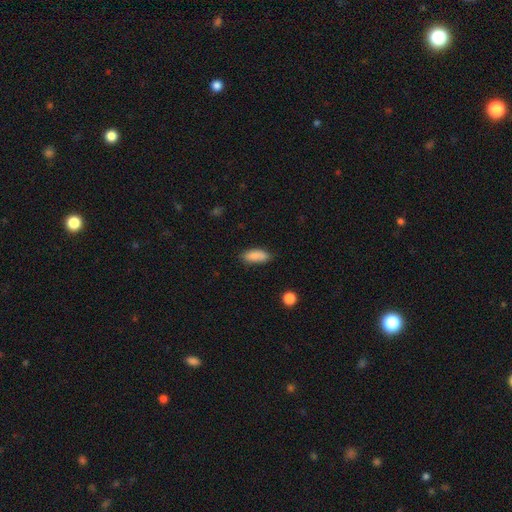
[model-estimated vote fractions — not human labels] This is clearly a smooth galaxy (87%). How rounded: clearly in between (81%). Merging: likely none (79%).